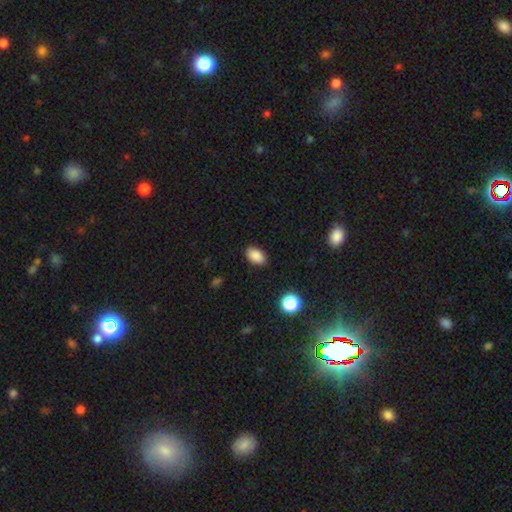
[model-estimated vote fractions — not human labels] smooth_or_featured: smooth (p=0.87) [alt: star or artifact p=0.09]
how_rounded: in between (p=0.87) [alt: round p=0.11]
merging: none (p=0.87) [alt: minor disturbance p=0.09]